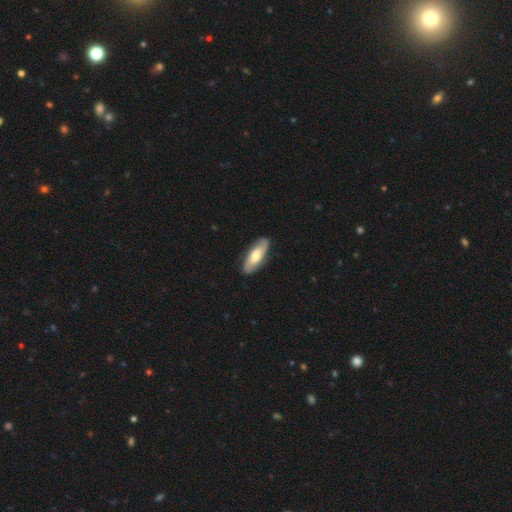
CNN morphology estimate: type=smooth (50%); merging=none (86%).